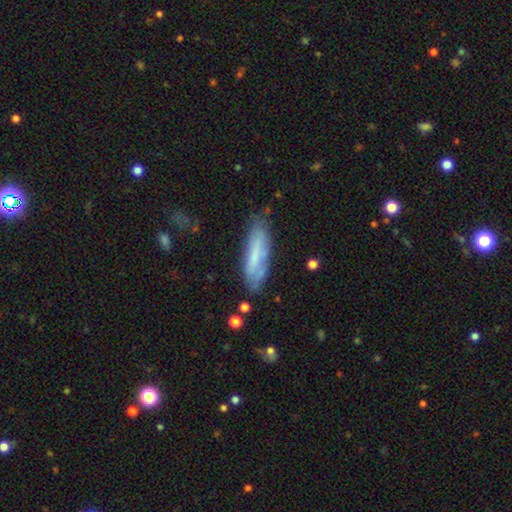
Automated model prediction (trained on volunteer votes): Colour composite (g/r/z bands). It shows a smooth galaxy with no disk features (61%) that is cigar-shaped (63%). Merging: none (69%).